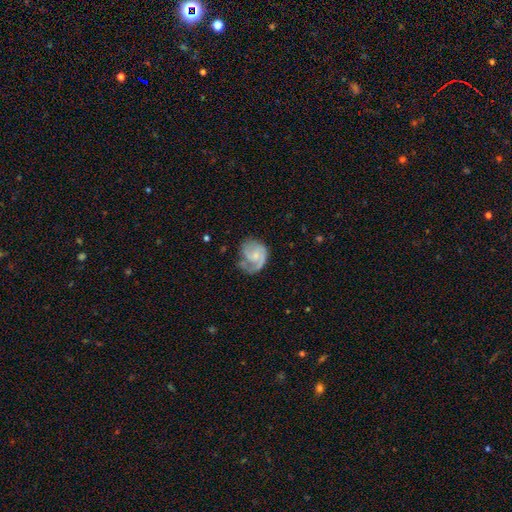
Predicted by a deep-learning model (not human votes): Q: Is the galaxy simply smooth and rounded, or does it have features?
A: featured or disk — 76%.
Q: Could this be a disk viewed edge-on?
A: no — 98%.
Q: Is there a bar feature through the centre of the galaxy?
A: no — 61%.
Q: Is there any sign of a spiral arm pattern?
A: yes — 93%.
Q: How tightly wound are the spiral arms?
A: medium — 46%.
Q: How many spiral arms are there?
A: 2 — 57%.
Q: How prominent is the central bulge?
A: small — 58%.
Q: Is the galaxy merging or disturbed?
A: none — 48%.